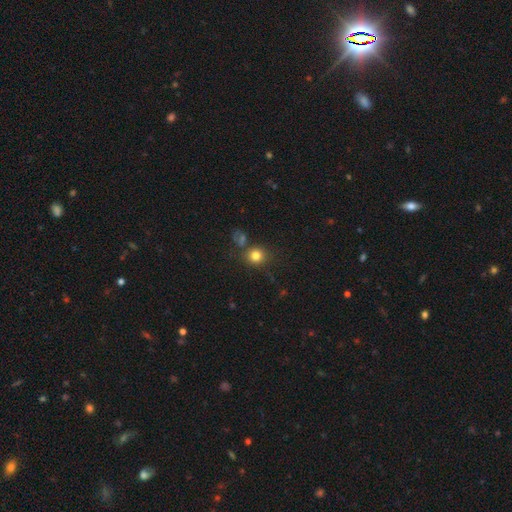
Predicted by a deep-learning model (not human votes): This is likely a smooth galaxy (79%). How rounded: clearly round (85%). Merging: likely none (74%).